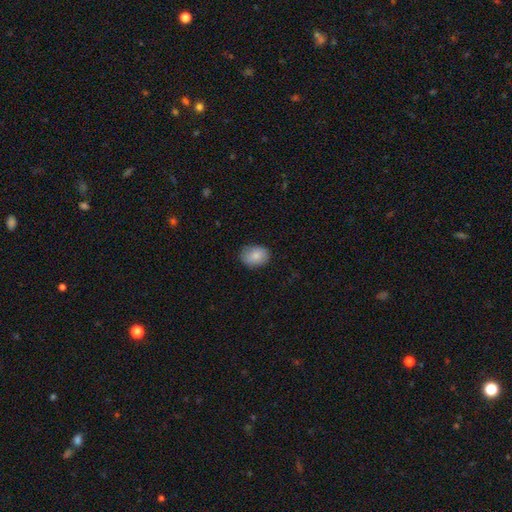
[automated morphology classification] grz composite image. It shows a smooth galaxy with no disk features (84%) that is in between round and cigar-shaped (64%). Merging: none (79%).